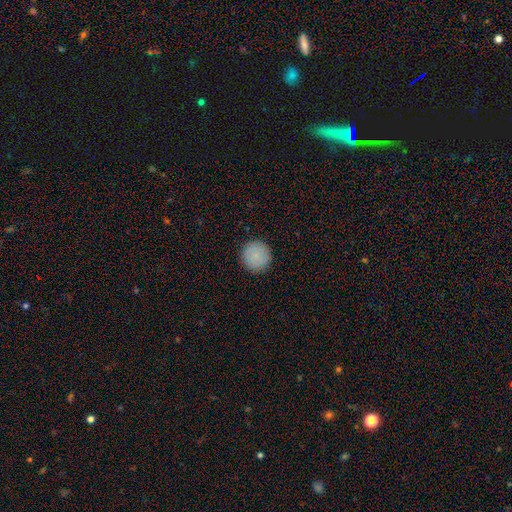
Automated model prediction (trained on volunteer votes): Smooth or featured?
  - smooth: 87% *
  - star or artifact: 7%
  - featured or disk: 6%
How rounded?
  - round: 96% *
  - in between: 3%
  - cigar-shaped: 1%
Merging?
  - none: 92% *
  - minor disturbance: 6%
  - major disturbance: 2%
  - merger: 1%